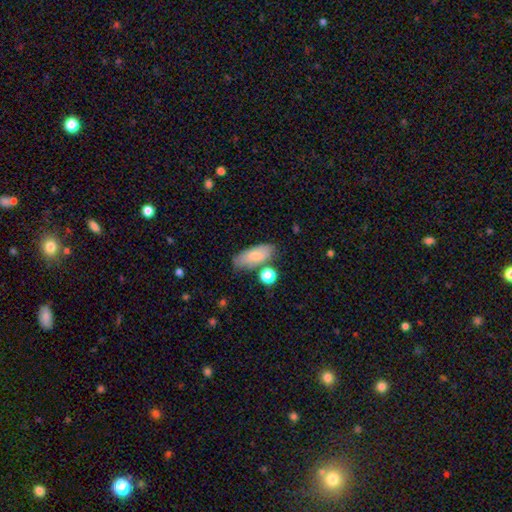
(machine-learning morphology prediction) Overall: smooth (79%). How rounded: in between (84%). Merging: none (69%).